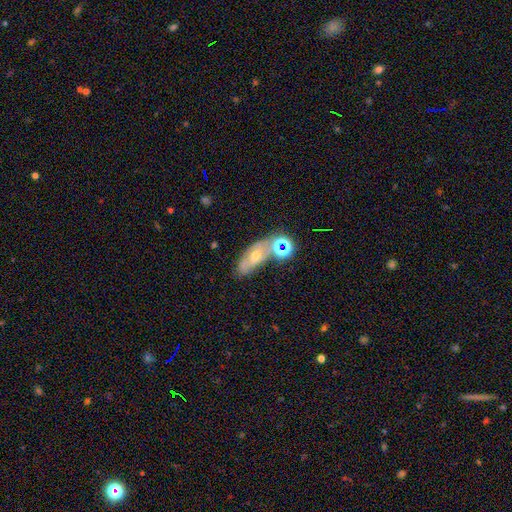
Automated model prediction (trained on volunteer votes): smooth_or_featured: featured or disk (p=0.44) [alt: smooth p=0.31]
merging: none (p=0.51) [alt: merger p=0.21]